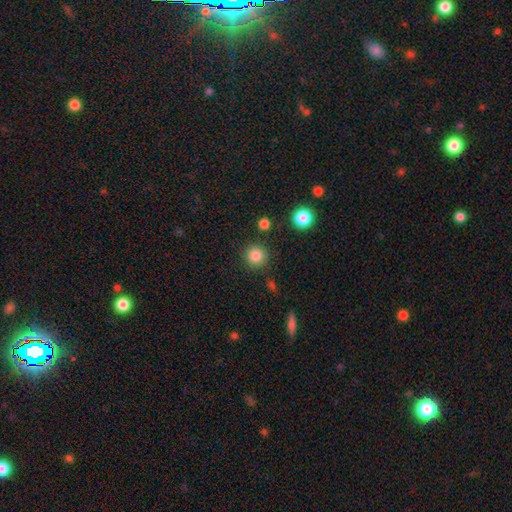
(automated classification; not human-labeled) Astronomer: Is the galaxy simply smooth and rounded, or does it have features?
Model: smooth — 85%.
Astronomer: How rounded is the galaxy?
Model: round — 94%.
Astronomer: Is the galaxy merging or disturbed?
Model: none — 88%.